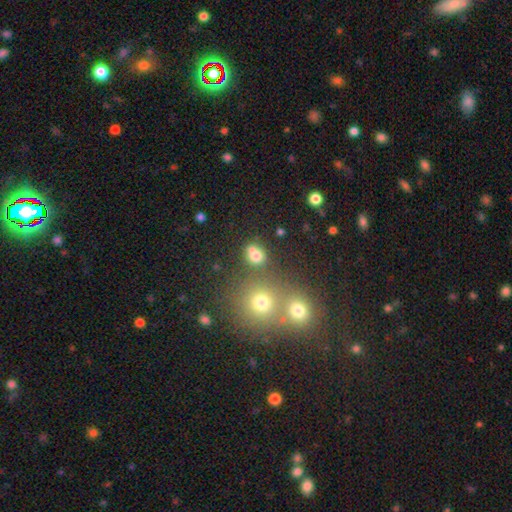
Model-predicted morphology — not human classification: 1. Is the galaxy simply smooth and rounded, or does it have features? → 75% smooth, 17% star or artifact, 9% featured or disk.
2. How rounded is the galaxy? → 70% round, 29% in between, 1% cigar-shaped.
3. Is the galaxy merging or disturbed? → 59% none, 22% merger, 13% minor disturbance, 6% major disturbance.